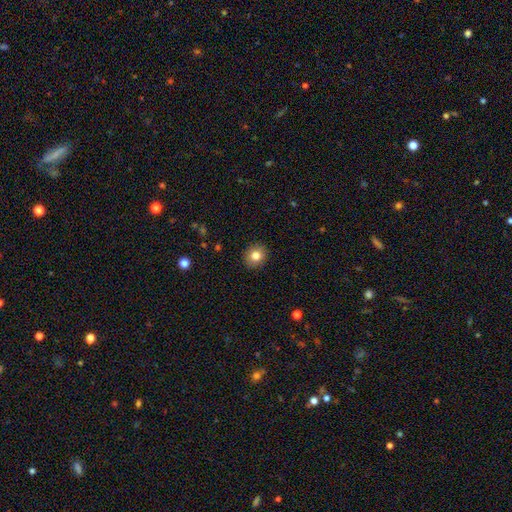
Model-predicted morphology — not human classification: smooth 81%, star or artifact 10%, featured or disk 9%. Down the decision tree: how rounded — round (77%); merging — none (90%).